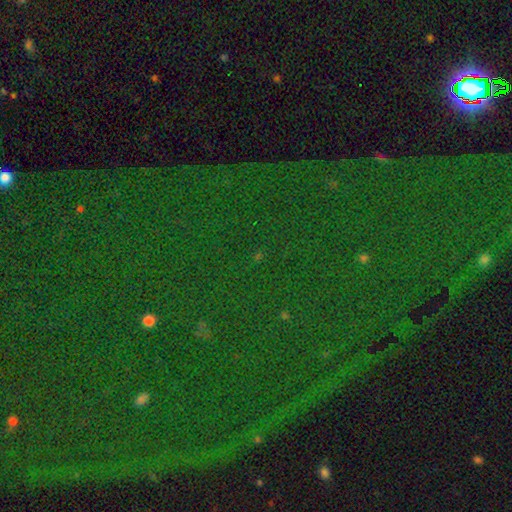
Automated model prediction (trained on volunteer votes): star or artifact 82%, smooth 9%, featured or disk 9%.